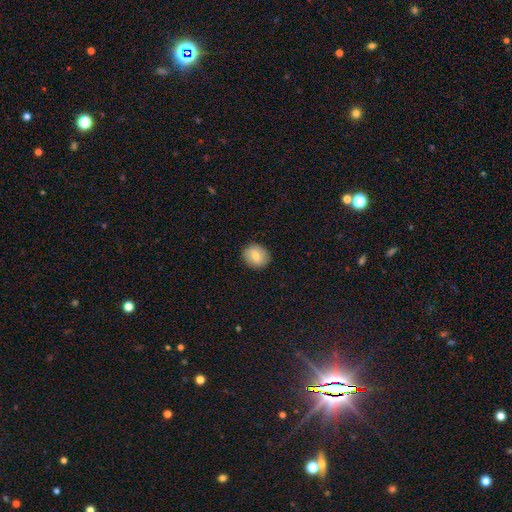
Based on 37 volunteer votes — Smooth or featured?
  - smooth: 86% *
  - featured or disk: 8%
  - star or artifact: 5%
How rounded?
  - round: 75% *
  - in between: 25%
  - cigar-shaped: 0%
Merging?
  - none: 91% *
  - minor disturbance: 6%
  - major disturbance: 3%
  - merger: 0%